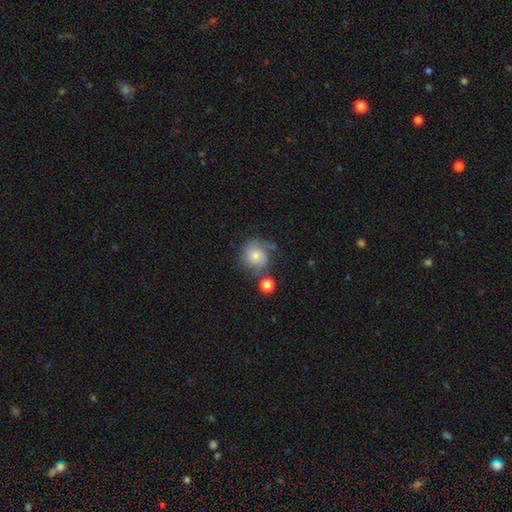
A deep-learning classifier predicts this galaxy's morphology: smooth_or_featured: smooth (p=0.56) [alt: featured or disk p=0.34]
how_rounded: round (p=0.84) [alt: in between p=0.15]
merging: none (p=0.51) [alt: minor disturbance p=0.24]